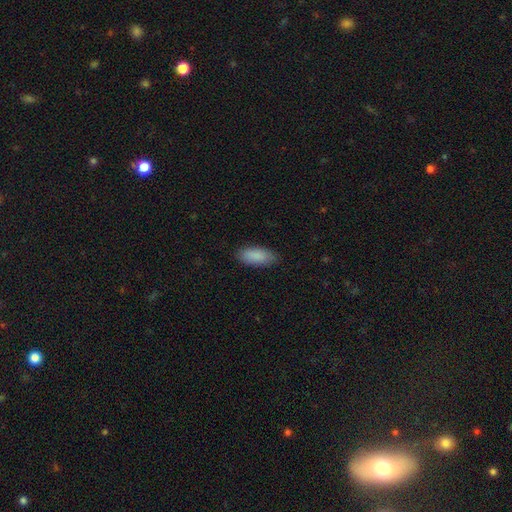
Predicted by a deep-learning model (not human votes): smooth-or-featured: smooth: 89% | star or artifact: 6% | featured or disk: 5%
  how-rounded: in between: 86% | cigar-shaped: 12% | round: 2%
  merging: none: 84% | minor disturbance: 13% | major disturbance: 2% | merger: 1%